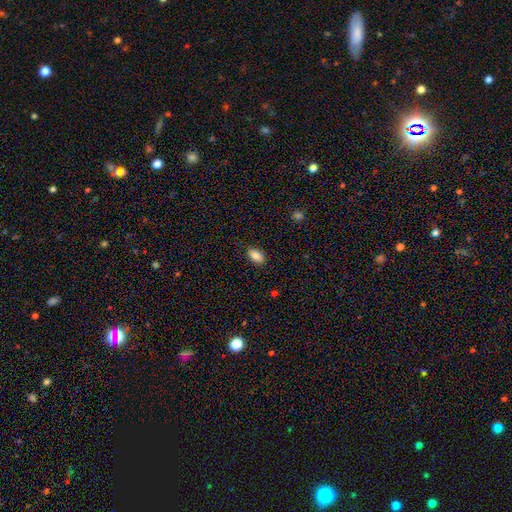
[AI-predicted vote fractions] Smooth or featured? smooth (86%)
How rounded? in between (91%)
Merging? none (86%)